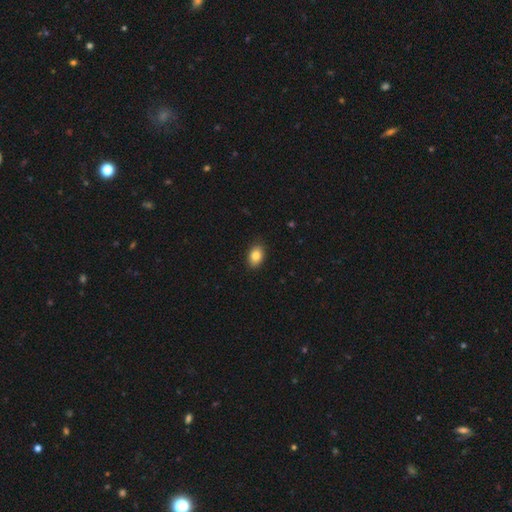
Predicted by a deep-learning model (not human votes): The model was most divided on "how rounded": in between: 85%, round: 14%, cigar-shaped: 1%. More confident: merging — none (88%); smooth or featured — smooth (85%).